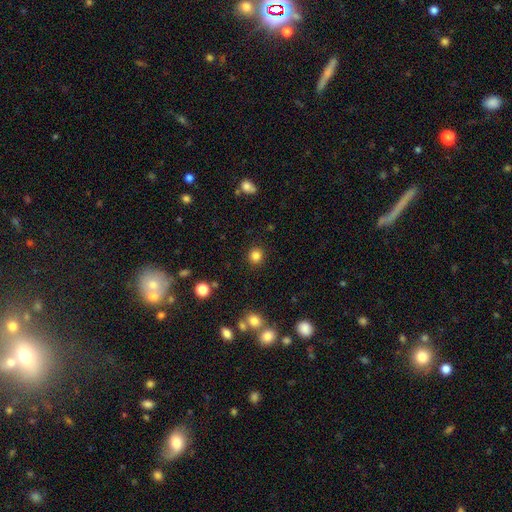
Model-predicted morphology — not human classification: Smooth or featured? Predicted: smooth (p=0.83). How rounded? Predicted: round (p=0.88). Merging? Predicted: none (p=0.90).